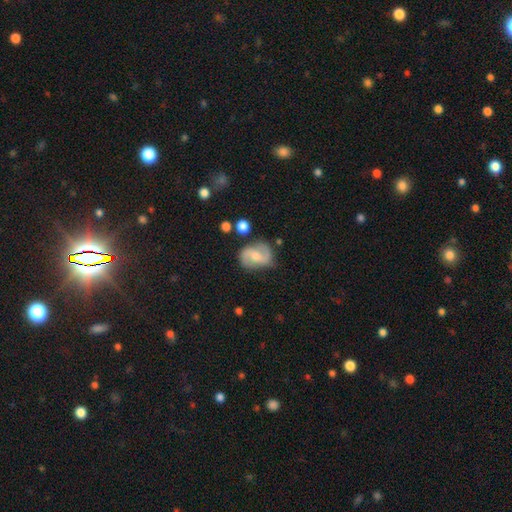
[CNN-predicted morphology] A featured or disk galaxy (68%) with a weak bar (50%), 2 (89%) medium (46%) spiral arms (91%) and a moderate central bulge (47%). Merging: none (69%).